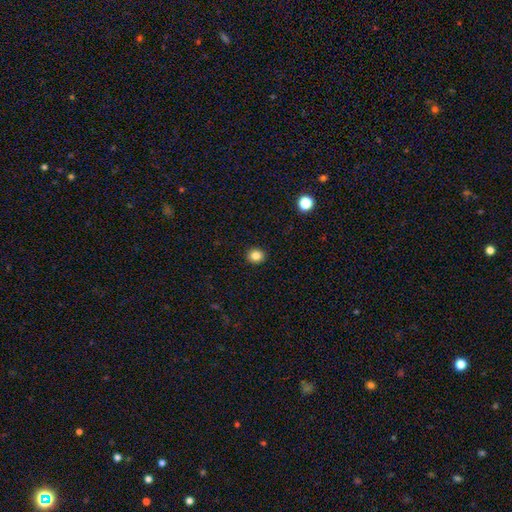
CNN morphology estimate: Smooth or featured: smooth — 84% (star or artifact — 11%)
How rounded: round — 78% (in between — 21%)
Merging: none — 92% (minor disturbance — 5%)